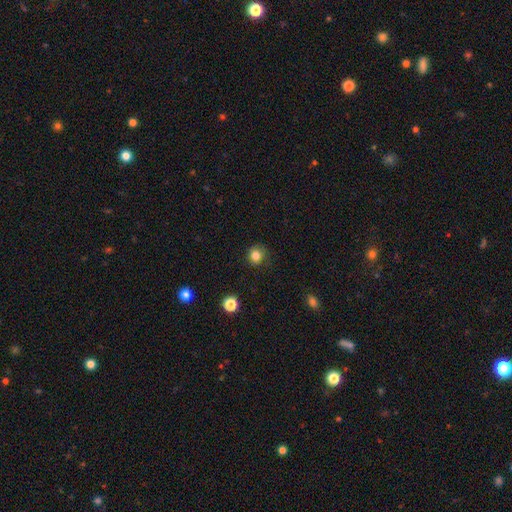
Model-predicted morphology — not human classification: Overall: smooth (81%). How rounded: round (87%). Merging: none (83%).